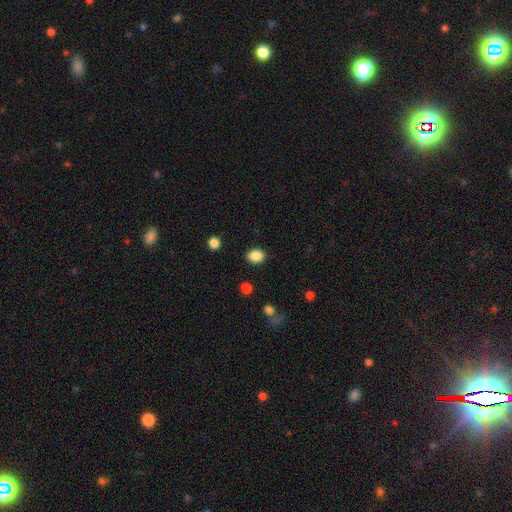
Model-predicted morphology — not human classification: This appears to be a smooth galaxy with no disk features (87%) that is in between round and cigar-shaped (56%). Merging: none (87%).